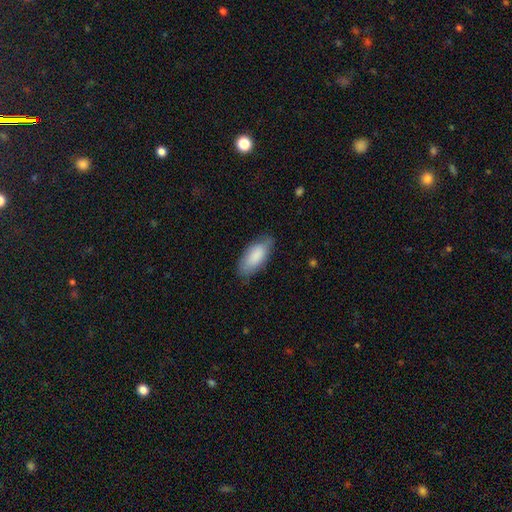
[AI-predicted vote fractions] This appears to be a smooth galaxy with no disk features (85%) that is in between round and cigar-shaped (86%). Merging: none (76%).